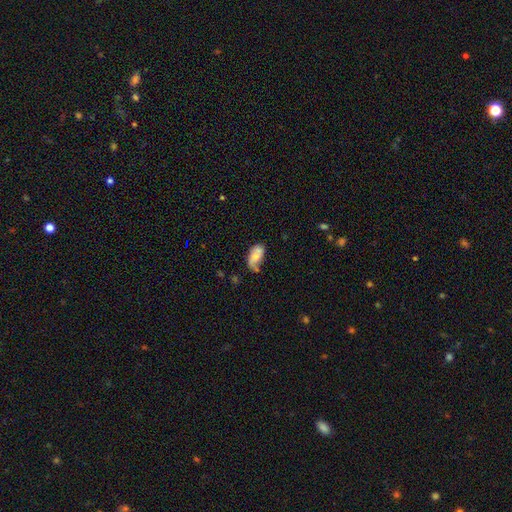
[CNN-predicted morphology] Smooth or featured? smooth (62%)
How rounded? in between (91%)
Merging? none (42%)